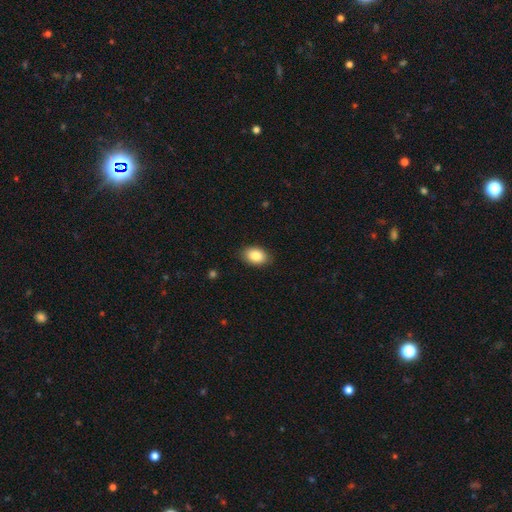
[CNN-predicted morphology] Q: Smooth or featured?
A: smooth (86%); runner-up: star or artifact (8%)
Q: How rounded?
A: in between (84%); runner-up: round (15%)
Q: Merging?
A: none (87%); runner-up: minor disturbance (10%)